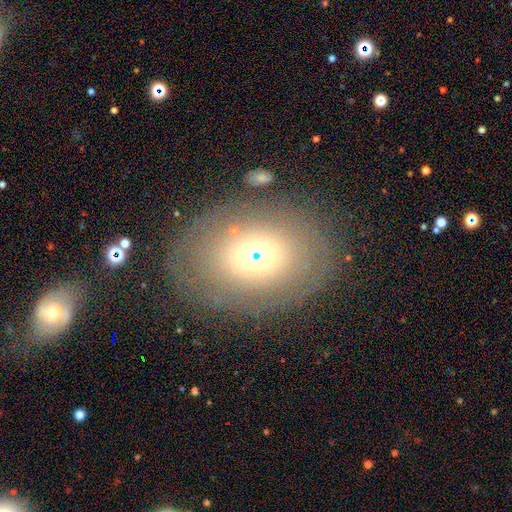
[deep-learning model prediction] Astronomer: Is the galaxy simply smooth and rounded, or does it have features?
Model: smooth — 61%.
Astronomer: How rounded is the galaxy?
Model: in between — 59% (runner-up: round, 39%).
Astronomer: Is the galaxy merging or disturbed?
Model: none — 75%.